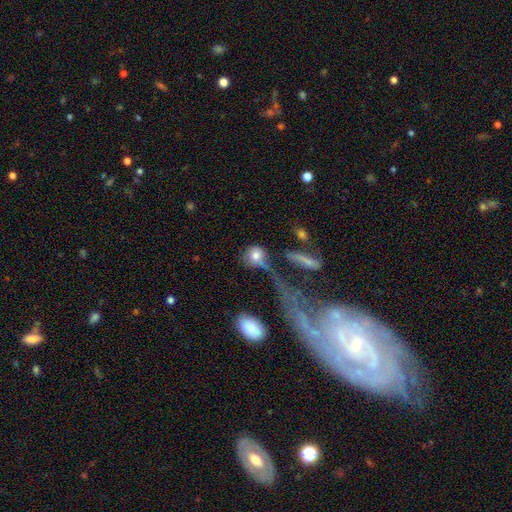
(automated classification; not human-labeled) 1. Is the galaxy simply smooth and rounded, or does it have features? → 74% smooth, 17% featured or disk, 9% star or artifact.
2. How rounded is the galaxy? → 72% round, 24% in between, 4% cigar-shaped.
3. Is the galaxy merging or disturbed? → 35% none, 26% merger, 23% major disturbance, 17% minor disturbance.